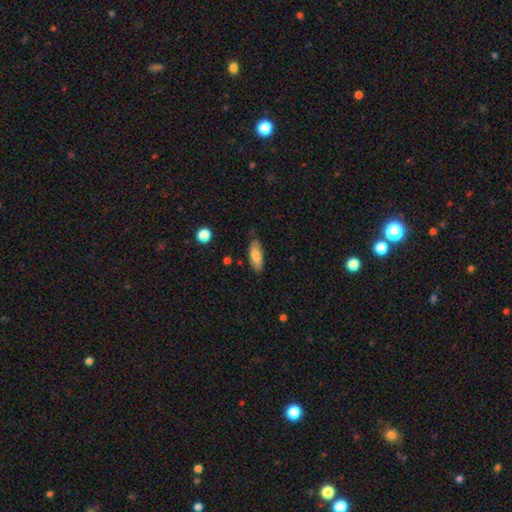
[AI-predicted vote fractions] Q: Smooth or featured?
A: smooth (77%); runner-up: featured or disk (17%)
Q: How rounded?
A: in between (71%); runner-up: cigar-shaped (27%)
Q: Merging?
A: none (75%); runner-up: minor disturbance (20%)